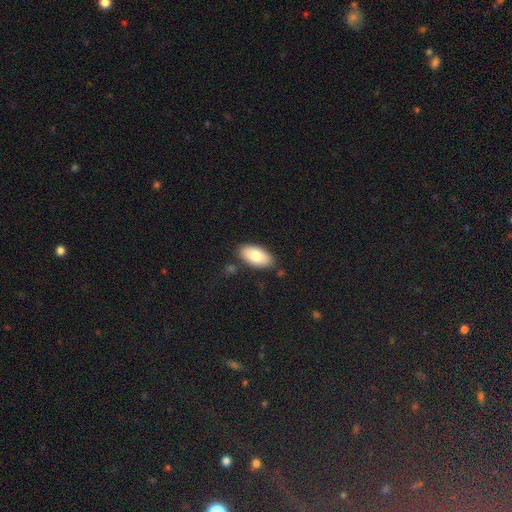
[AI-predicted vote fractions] Smooth or featured? Predicted: smooth (p=0.80). How rounded? Predicted: in between (p=0.93). Merging? Predicted: none (p=0.81).